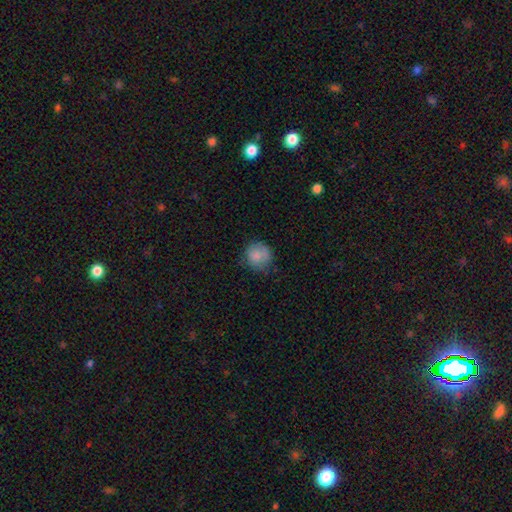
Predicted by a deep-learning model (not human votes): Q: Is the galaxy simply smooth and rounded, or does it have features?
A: smooth — 81%.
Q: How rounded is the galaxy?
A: round — 90%.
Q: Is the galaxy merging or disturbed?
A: none — 73%.